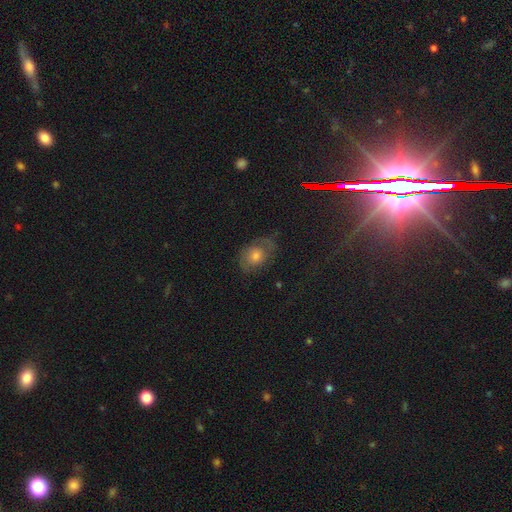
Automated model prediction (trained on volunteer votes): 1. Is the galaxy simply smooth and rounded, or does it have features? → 44% featured or disk, 36% smooth, 19% star or artifact.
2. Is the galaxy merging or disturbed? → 63% none, 23% minor disturbance, 13% major disturbance, 2% merger.